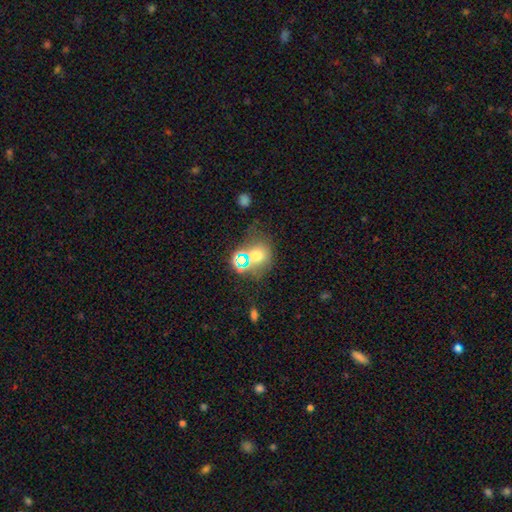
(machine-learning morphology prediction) smooth_or_featured: smooth (p=0.59) [alt: star or artifact p=0.27]
how_rounded: round (p=0.58) [alt: in between p=0.41]
merging: none (p=0.51) [alt: minor disturbance p=0.19]